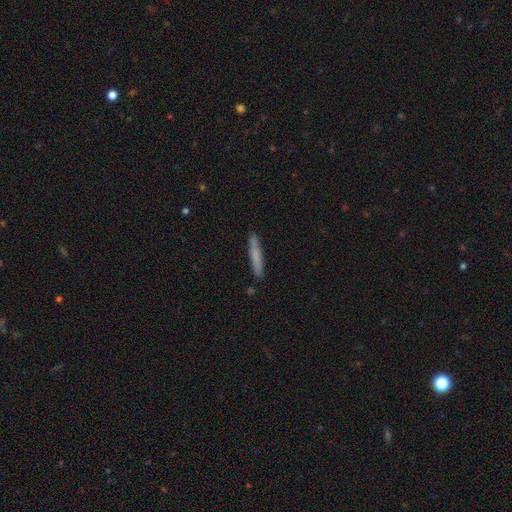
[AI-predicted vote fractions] A smooth galaxy with no disk features (72%) that is cigar-shaped (94%). Merging: none (88%).